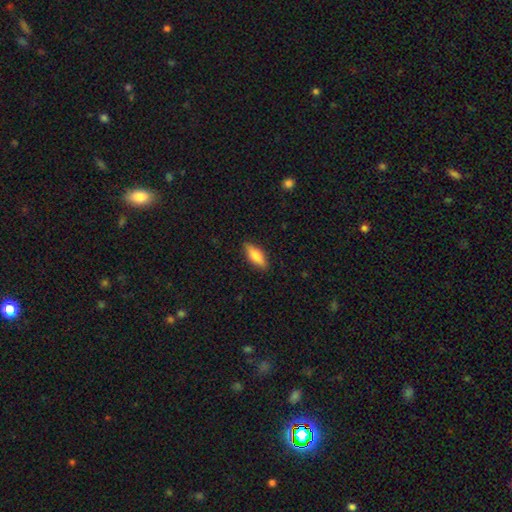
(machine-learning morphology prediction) smooth-or-featured: smooth: 76% | featured or disk: 18% | star or artifact: 6%
  how-rounded: in between: 64% | cigar-shaped: 34% | round: 2%
  merging: none: 88% | minor disturbance: 9% | major disturbance: 2% | merger: 1%